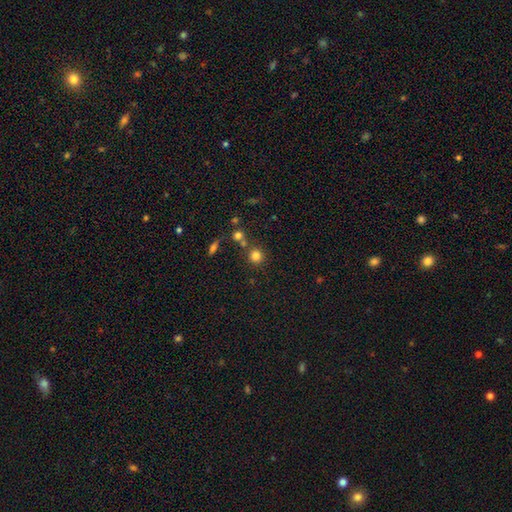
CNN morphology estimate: Smooth or featured?
  - smooth: 80% *
  - star or artifact: 13%
  - featured or disk: 7%
How rounded?
  - round: 91% *
  - in between: 8%
  - cigar-shaped: 1%
Merging?
  - none: 72% *
  - merger: 17%
  - minor disturbance: 8%
  - major disturbance: 4%